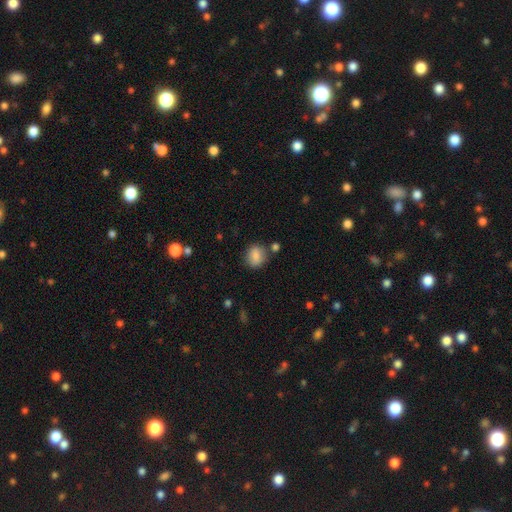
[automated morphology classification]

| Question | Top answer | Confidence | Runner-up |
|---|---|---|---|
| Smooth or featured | smooth | 83% | star or artifact (9%) |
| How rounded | round | 68% | in between (31%) |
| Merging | none | 77% | minor disturbance (12%) |